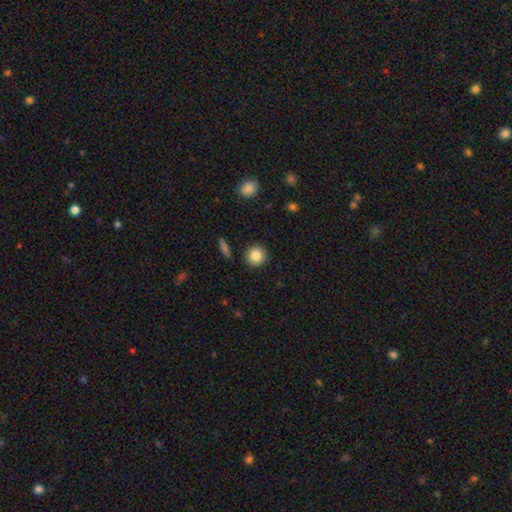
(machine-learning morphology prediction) A smooth galaxy with no disk features (85%) that is round (92%).

Vote fractions:
- Smooth or featured? smooth: 85% / star or artifact: 9% / featured or disk: 6%
- How rounded? round: 92% / in between: 7% / cigar-shaped: 1%
- Merging? none: 91% / minor disturbance: 6% / major disturbance: 2% / merger: 2%